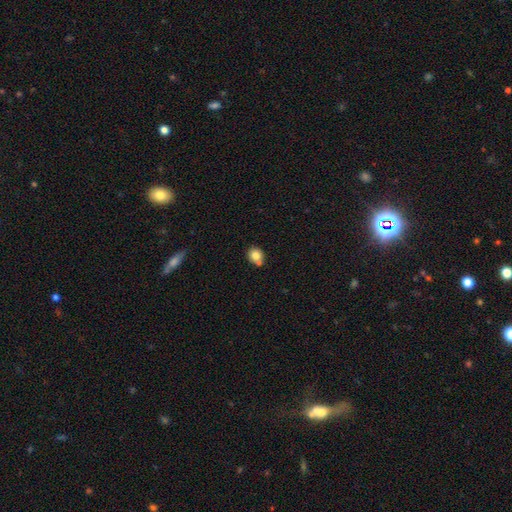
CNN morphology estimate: The model was most divided on "merging": none: 63%, merger: 21%, minor disturbance: 12%, major disturbance: 3%. More confident: smooth or featured — smooth (80%); how rounded — round (78%).